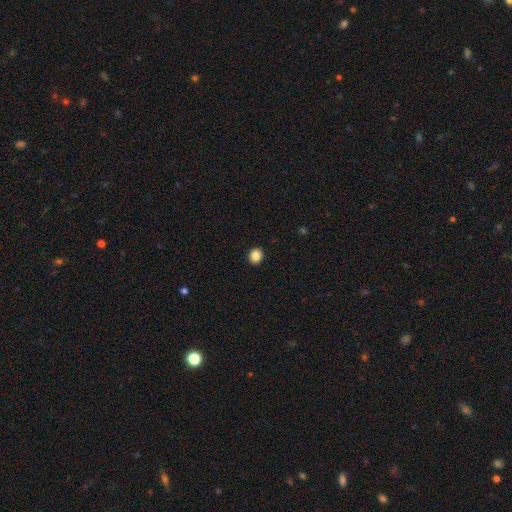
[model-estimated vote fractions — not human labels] Smooth or featured: smooth — 86% (star or artifact — 10%)
How rounded: round — 81% (in between — 18%)
Merging: none — 93% (minor disturbance — 5%)